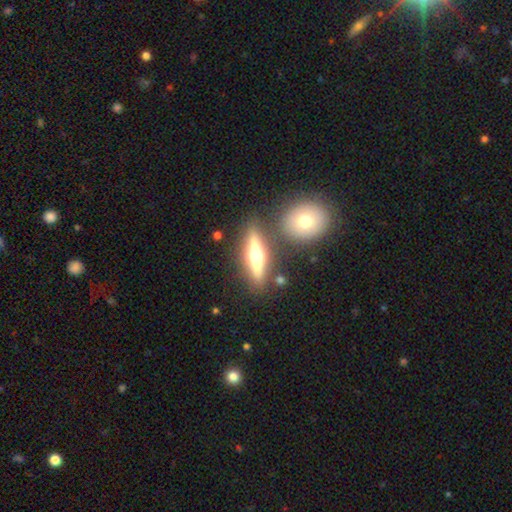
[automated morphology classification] smooth-or-featured: featured or disk: 69% | smooth: 24% | star or artifact: 7%
  disk-edge-on: yes: 94% | no: 6%
    edge-on-bulge: rounded: 93% | boxy: 4% | none: 2%
  merging: none: 81% | minor disturbance: 9% | merger: 7% | major disturbance: 3%